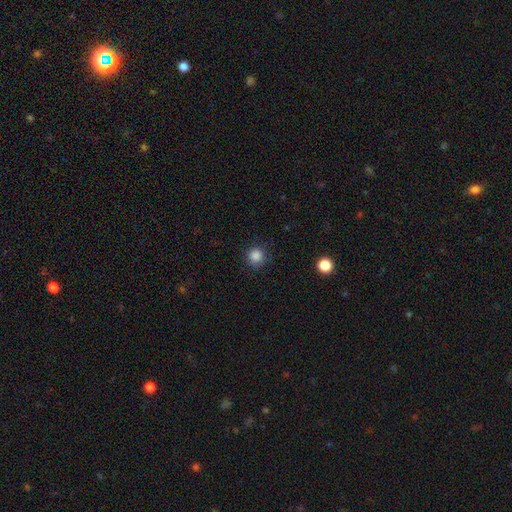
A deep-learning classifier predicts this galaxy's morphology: type=smooth (86%); roundness=round (93%); merging=none (87%).